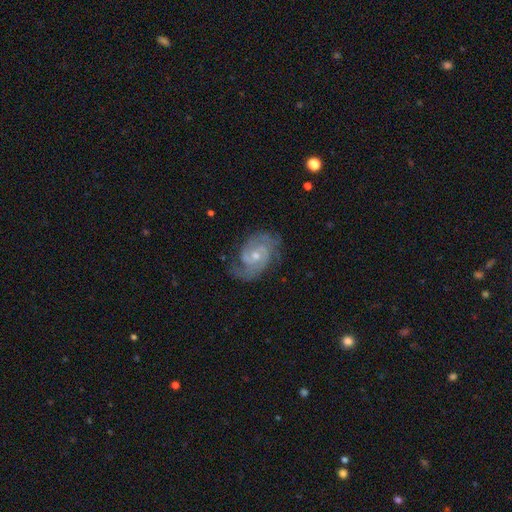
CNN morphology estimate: Q: Smooth or featured?
A: featured or disk (87%); runner-up: smooth (8%)
Q: Edge-on disk?
A: no (97%); runner-up: yes (3%)
Q: Bar?
A: no (60%); runner-up: weak (35%)
Q: Spiral arms?
A: yes (97%); runner-up: no (3%)
Q: Spiral winding?
A: tight (44%); tied with: medium (44%)
Q: Spiral arm count?
A: 2 (65%); runner-up: 3 (14%)
Q: Bulge size?
A: small (50%); runner-up: moderate (46%)
Q: Merging?
A: none (70%); runner-up: minor disturbance (20%)